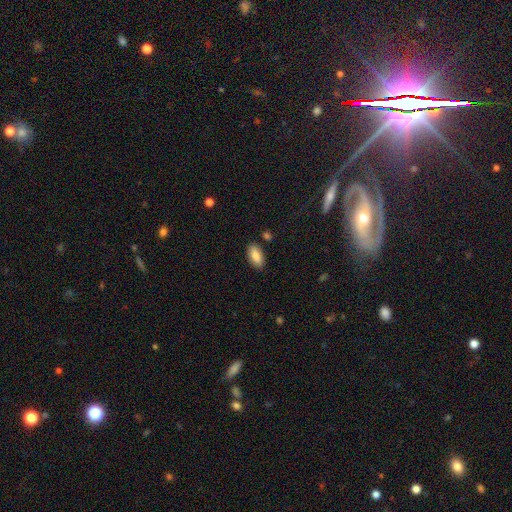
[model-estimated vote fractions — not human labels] smooth 87%, star or artifact 7%, featured or disk 7%. Down the decision tree: how rounded — in between (88%); merging — none (85%).